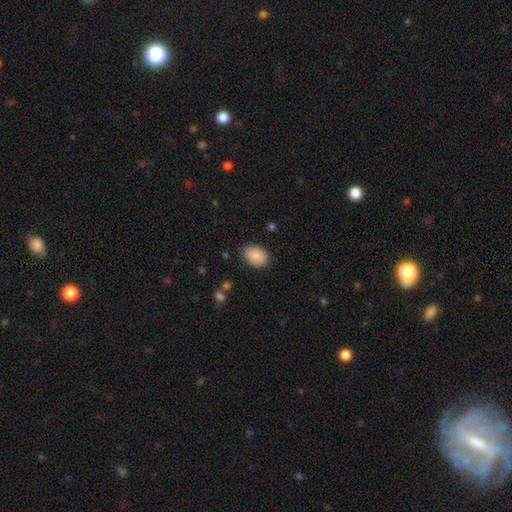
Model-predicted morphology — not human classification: type=smooth (88%); roundness=in between (80%); merging=none (82%).